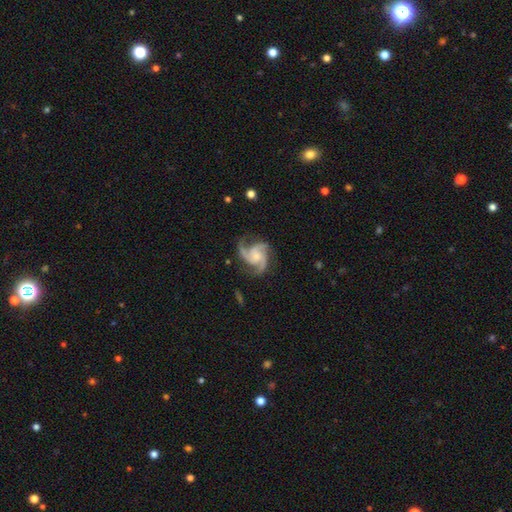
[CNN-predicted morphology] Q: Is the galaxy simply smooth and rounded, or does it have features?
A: featured or disk — 92%.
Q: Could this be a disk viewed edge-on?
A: no — 98%.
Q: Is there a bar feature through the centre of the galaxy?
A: no — 73%.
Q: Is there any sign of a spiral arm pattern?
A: yes — 99%.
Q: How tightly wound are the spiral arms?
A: medium — 58%.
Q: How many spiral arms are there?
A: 3 — 78%.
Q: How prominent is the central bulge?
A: small — 57%.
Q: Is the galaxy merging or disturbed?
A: none — 73%.